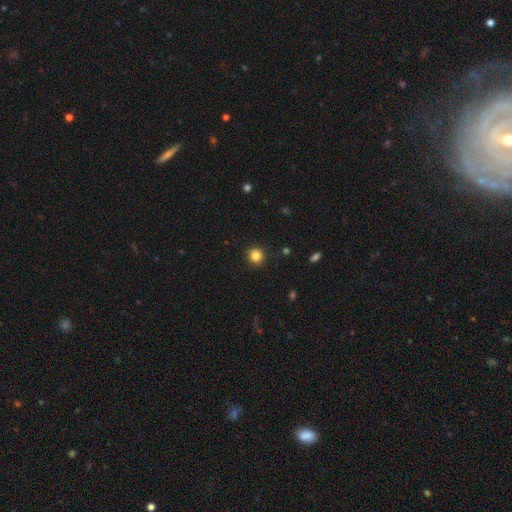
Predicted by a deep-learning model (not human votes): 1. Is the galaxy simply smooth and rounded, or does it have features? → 84% smooth, 12% star or artifact, 5% featured or disk.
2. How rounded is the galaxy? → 94% round, 5% in between, 1% cigar-shaped.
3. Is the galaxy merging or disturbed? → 91% none, 6% minor disturbance, 2% major disturbance, 1% merger.